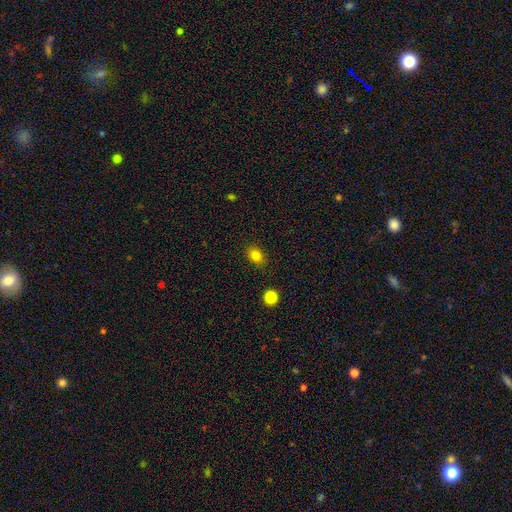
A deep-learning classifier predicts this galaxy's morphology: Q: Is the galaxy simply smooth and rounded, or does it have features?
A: smooth — 82%.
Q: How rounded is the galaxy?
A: in between — 64%.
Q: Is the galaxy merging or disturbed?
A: none — 86%.